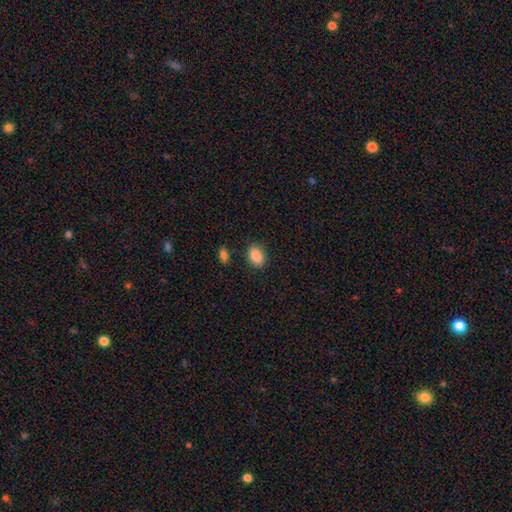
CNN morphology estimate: Overall: smooth (88%). How rounded: in between (83%). Merging: none (83%).